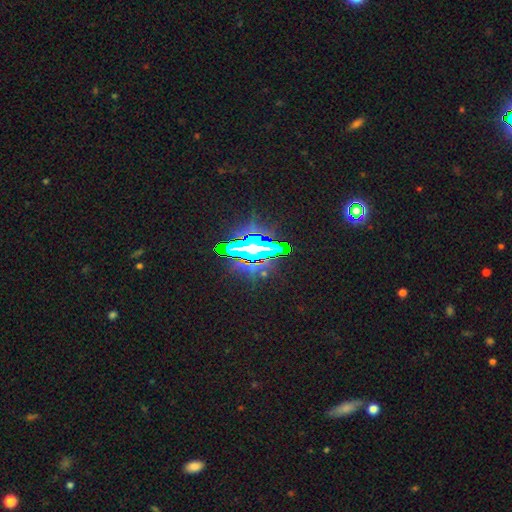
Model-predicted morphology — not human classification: star or artifact 80%, smooth 10%, featured or disk 10%.